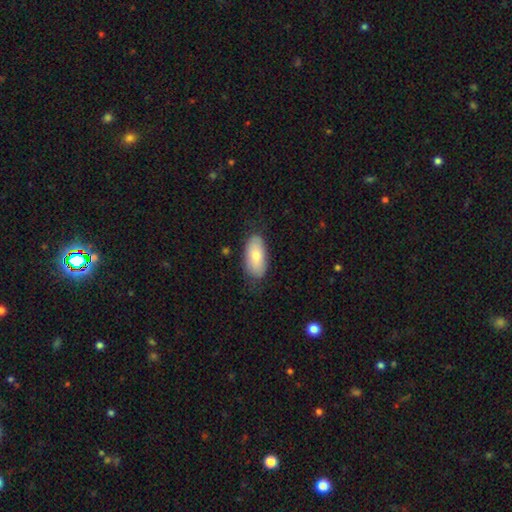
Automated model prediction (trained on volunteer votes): smooth_or_featured: smooth (p=0.79) [alt: featured or disk p=0.15]
how_rounded: in between (p=0.93) [alt: cigar-shaped p=0.04]
merging: none (p=0.75) [alt: minor disturbance p=0.19]